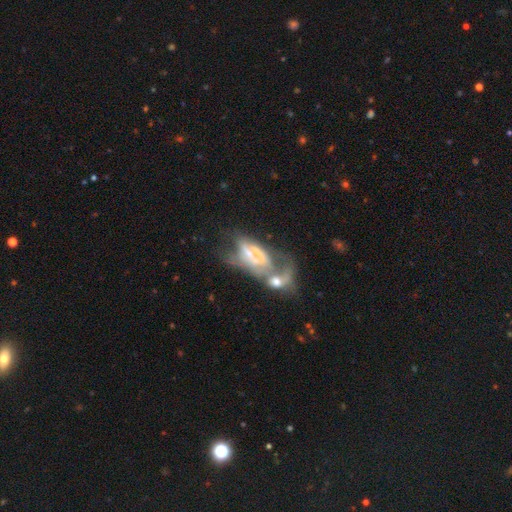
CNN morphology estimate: Smooth or featured? Predicted: featured or disk (p=0.61). Edge-on disk? Predicted: no (p=0.91). Bar? Predicted: no (p=0.73). Spiral arms? Predicted: no (p=0.65). Bulge size? Predicted: none (p=0.33, tied with small). Merging? Predicted: merger (p=0.62).